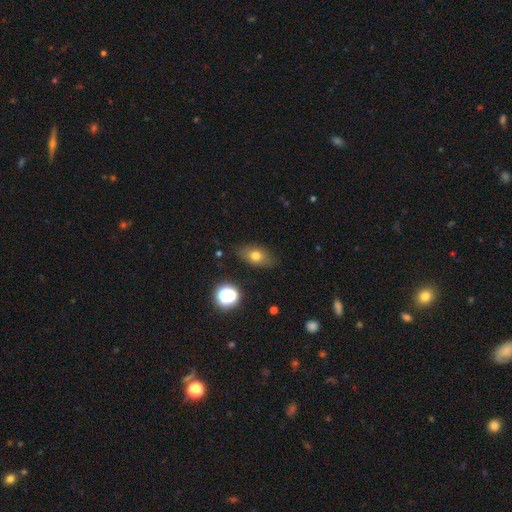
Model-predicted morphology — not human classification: Smooth or featured: smooth — 72% (featured or disk — 16%)
How rounded: in between — 79% (round — 16%)
Merging: none — 82% (minor disturbance — 13%)